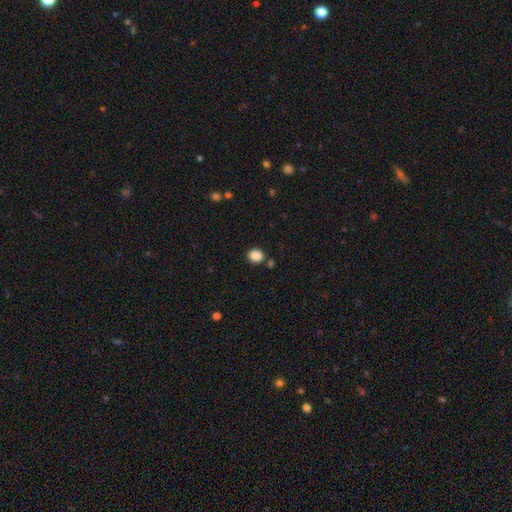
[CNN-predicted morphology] This is clearly a smooth galaxy (87%). How rounded: likely round (75%). Merging: clearly none (83%).